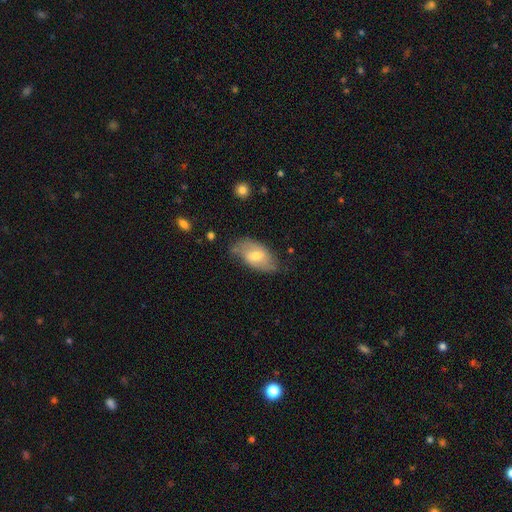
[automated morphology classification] This appears to be a featured or disk galaxy (53%). Merging: none (64%).